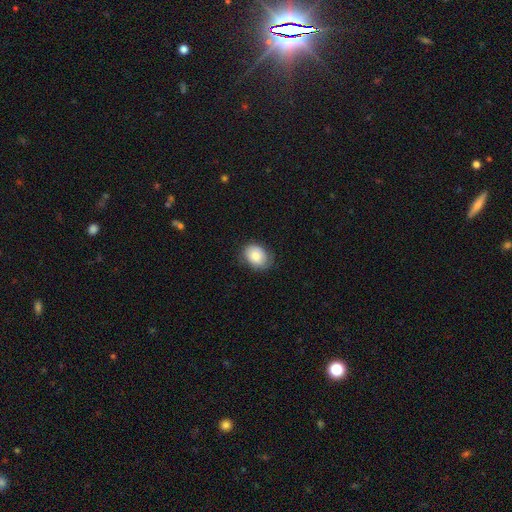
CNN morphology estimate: Smooth or featured? Predicted: smooth (p=0.80). How rounded? Predicted: in between (p=0.62). Merging? Predicted: none (p=0.74).